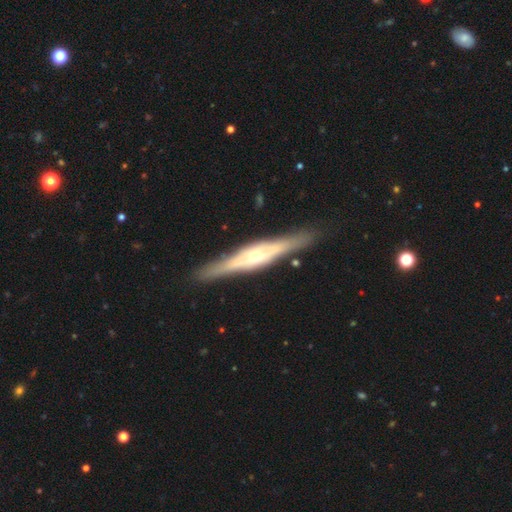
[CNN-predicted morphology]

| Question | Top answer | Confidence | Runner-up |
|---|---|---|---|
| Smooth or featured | featured or disk | 75% | smooth (19%) |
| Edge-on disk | yes | 94% | no (6%) |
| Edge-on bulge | rounded | 77% | boxy (17%) |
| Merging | none | 86% | minor disturbance (10%) |